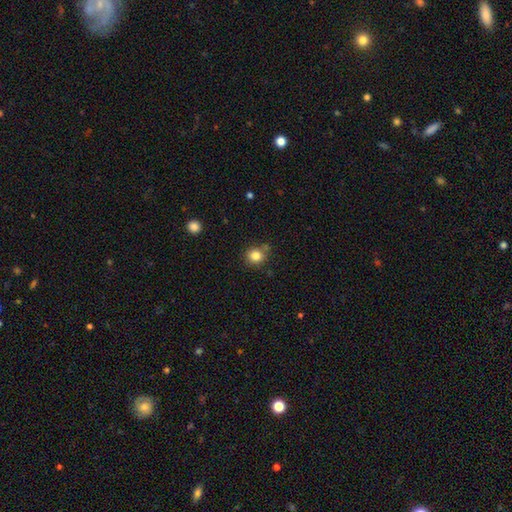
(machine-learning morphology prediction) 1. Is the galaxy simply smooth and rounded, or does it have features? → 83% smooth, 11% star or artifact, 5% featured or disk.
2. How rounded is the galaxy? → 84% round, 15% in between, 1% cigar-shaped.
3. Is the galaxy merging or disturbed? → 78% none, 13% minor disturbance, 6% merger, 3% major disturbance.